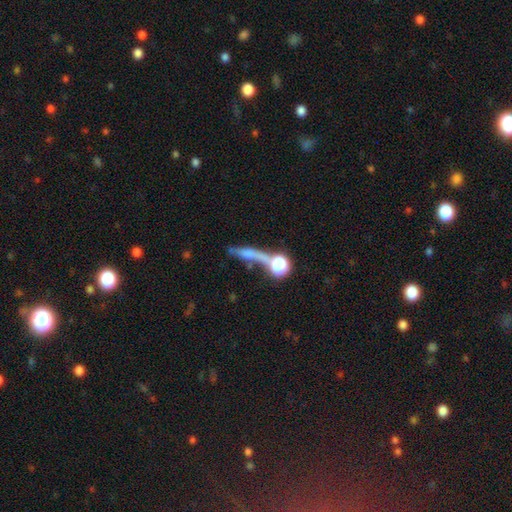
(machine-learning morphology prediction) A smooth galaxy with no disk features (42%). Merging: none (49%).